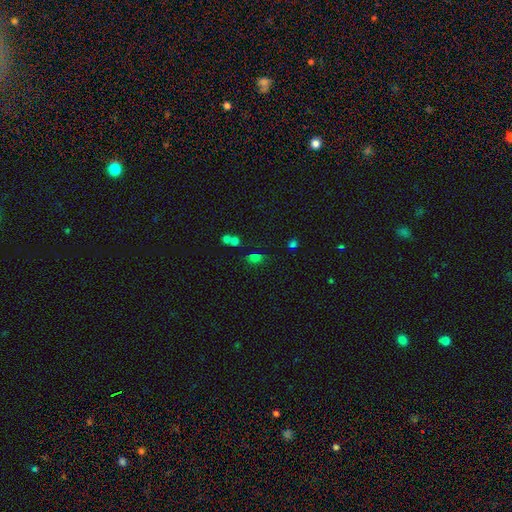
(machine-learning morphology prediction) type=smooth (52%); roundness=in between (66%); merging=none (64%).